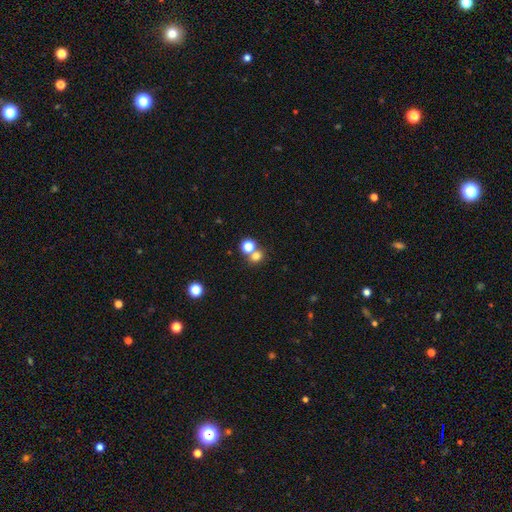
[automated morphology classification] A smooth galaxy with no disk features (75%) that is round (72%). Merging: none (55%).